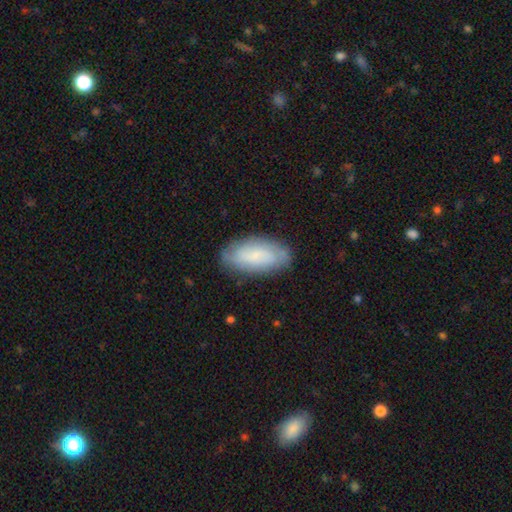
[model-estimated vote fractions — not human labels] smooth-or-featured: smooth: 59% | featured or disk: 34% | star or artifact: 7%
  how-rounded: in between: 89% | cigar-shaped: 8% | round: 2%
  merging: none: 79% | minor disturbance: 16% | major disturbance: 4% | merger: 1%